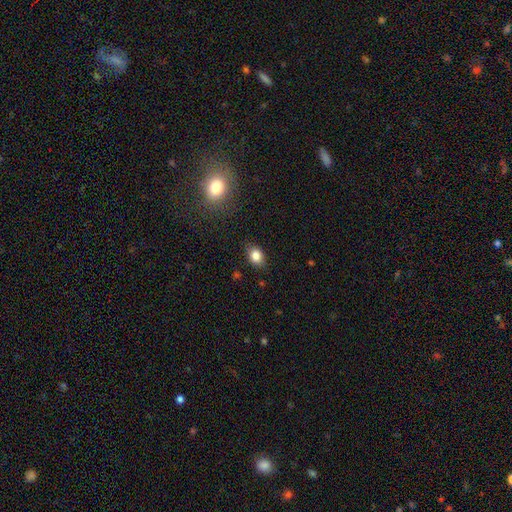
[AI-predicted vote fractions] smooth-or-featured: smooth: 84% | star or artifact: 10% | featured or disk: 6%
  how-rounded: in between: 69% | round: 30% | cigar-shaped: 1%
  merging: none: 83% | minor disturbance: 13% | major disturbance: 3% | merger: 1%